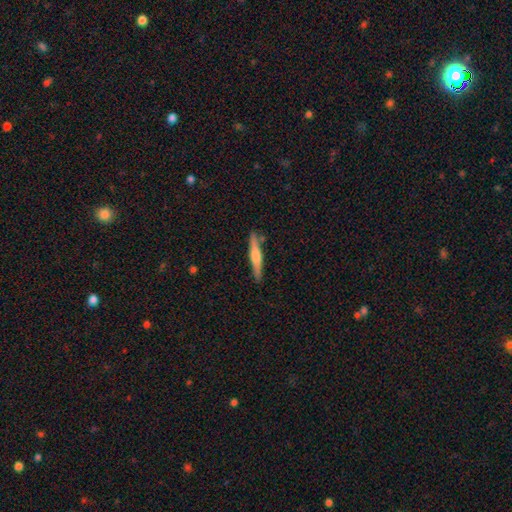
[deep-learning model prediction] Q: Smooth or featured?
A: featured or disk (52%); runner-up: smooth (43%)
Q: Edge-on disk?
A: yes (96%); runner-up: no (4%)
Q: Merging?
A: none (86%); runner-up: minor disturbance (10%)